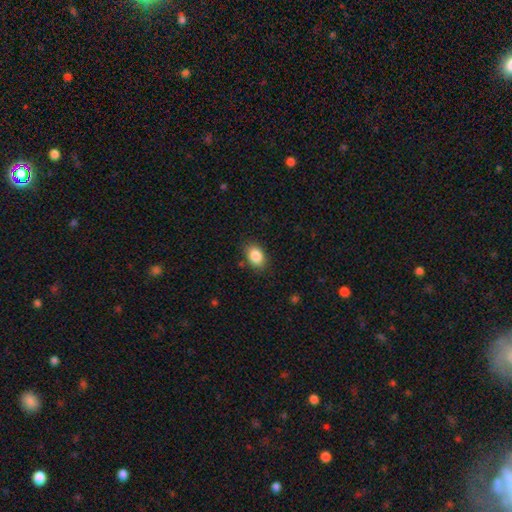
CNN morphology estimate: smooth_or_featured: smooth (p=0.87) [alt: star or artifact p=0.08]
how_rounded: in between (p=0.80) [alt: round p=0.18]
merging: none (p=0.83) [alt: minor disturbance p=0.12]